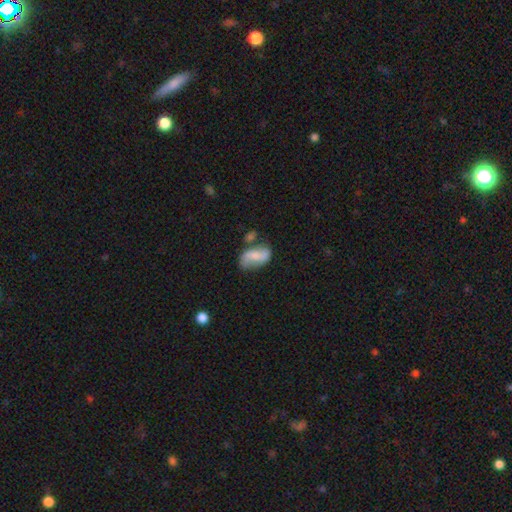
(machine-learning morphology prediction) featured or disk 50%, smooth 42%, star or artifact 8%. Down the decision tree: merging — none (51%).